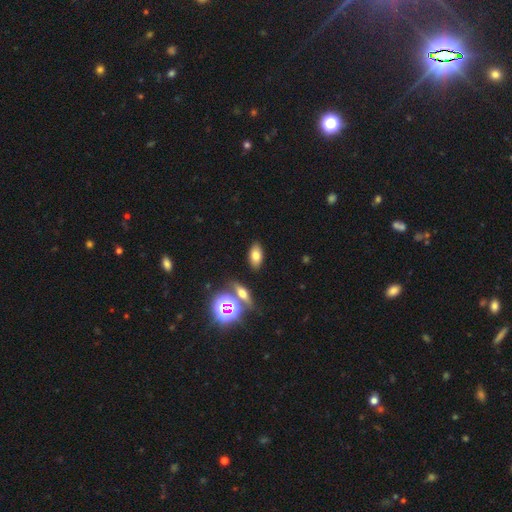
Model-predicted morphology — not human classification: The model was most divided on "smooth or featured": smooth: 72%, star or artifact: 15%, featured or disk: 13%. More confident: how rounded — in between (89%); merging — none (86%).